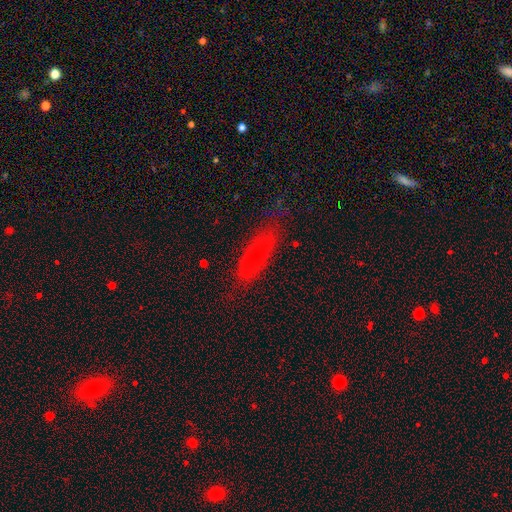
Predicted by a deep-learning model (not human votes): A featured or disk galaxy (46%). Merging: none (70%).